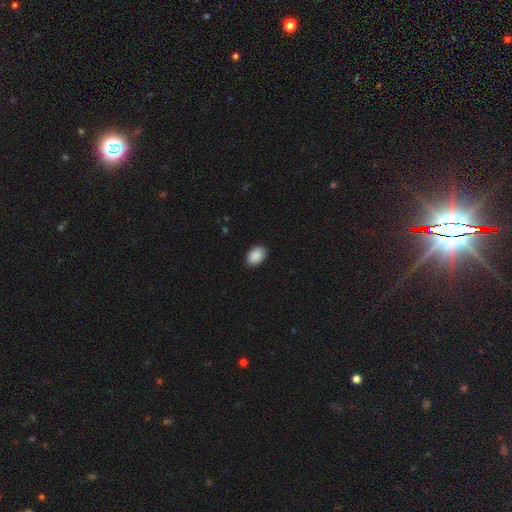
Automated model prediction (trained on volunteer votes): Smooth or featured: smooth — 90% (star or artifact — 7%)
How rounded: in between — 87% (round — 12%)
Merging: none — 89% (minor disturbance — 8%)